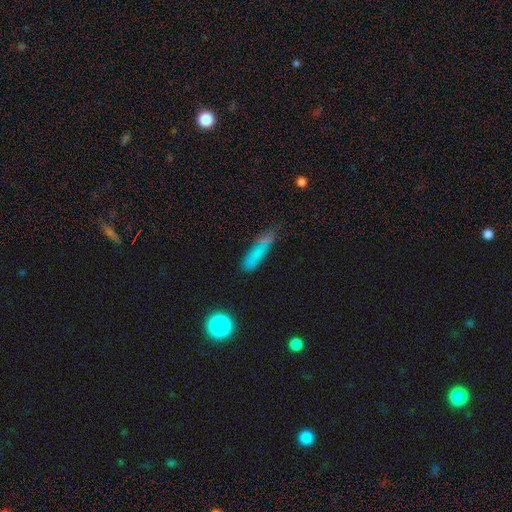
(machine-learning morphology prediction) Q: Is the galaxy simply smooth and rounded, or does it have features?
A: smooth — 71%.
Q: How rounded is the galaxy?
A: cigar-shaped — 69%.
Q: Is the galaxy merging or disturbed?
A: none — 67%.